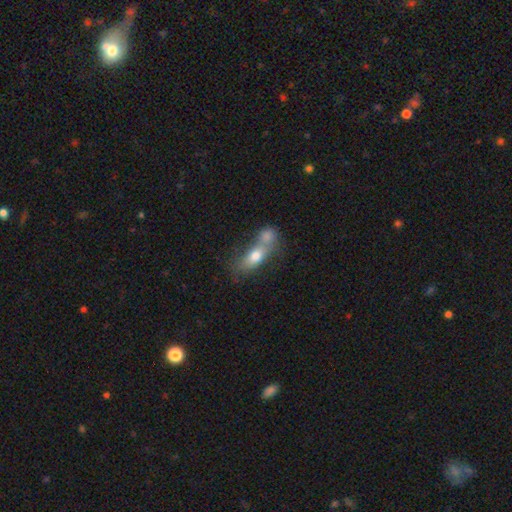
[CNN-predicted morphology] This appears to be a smooth galaxy with no disk features (70%) that is in between round and cigar-shaped (70%). Merging: merger (58%).